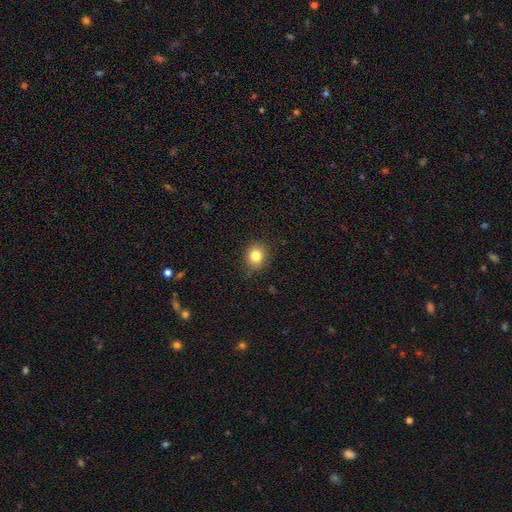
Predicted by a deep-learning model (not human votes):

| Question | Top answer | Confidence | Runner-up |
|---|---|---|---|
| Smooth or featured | smooth | 82% | star or artifact (11%) |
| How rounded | round | 73% | in between (26%) |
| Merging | none | 85% | minor disturbance (11%) |